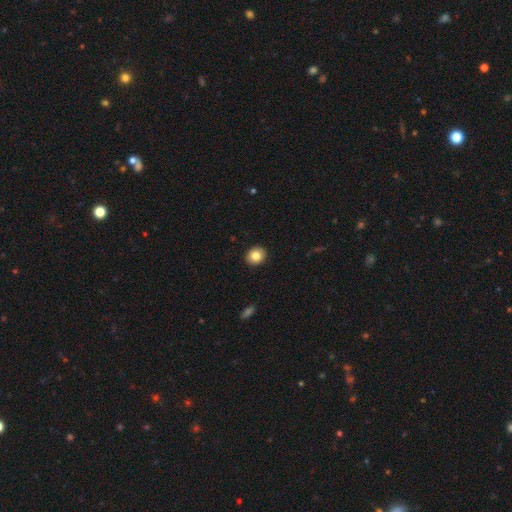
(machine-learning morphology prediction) Q: Smooth or featured?
A: smooth (83%); runner-up: star or artifact (9%)
Q: How rounded?
A: round (71%); runner-up: in between (28%)
Q: Merging?
A: none (92%); runner-up: minor disturbance (6%)